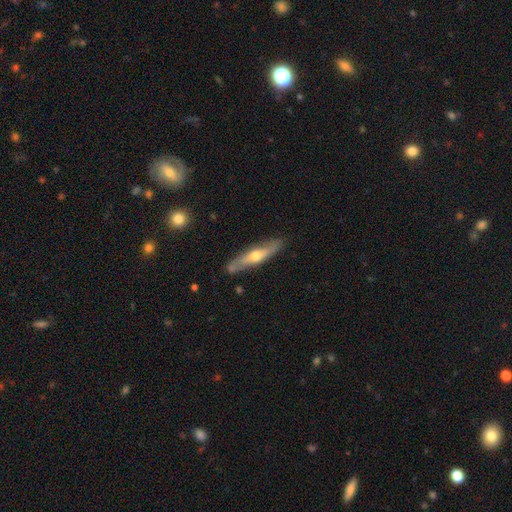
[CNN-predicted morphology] Smooth or featured? featured or disk (55%)
Edge-on disk? yes (76%)
Merging? none (82%)